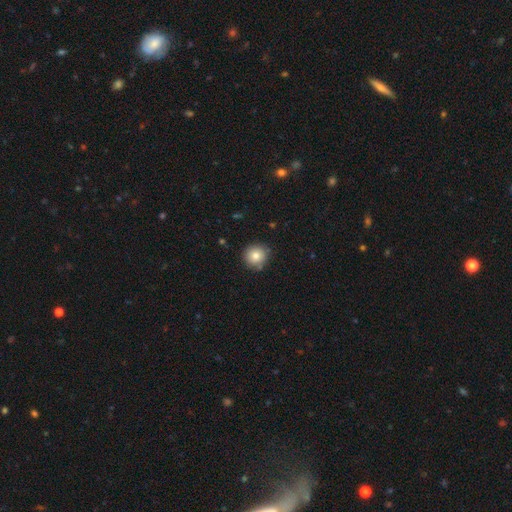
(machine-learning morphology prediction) A smooth galaxy with no disk features (81%) that is round (93%). Merging: none (84%).